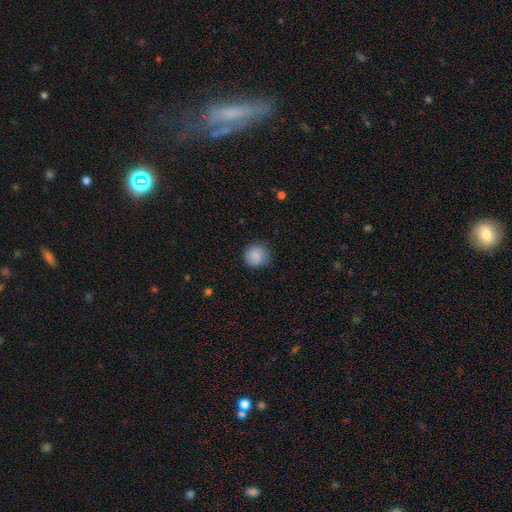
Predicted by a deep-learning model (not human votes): Smooth or featured? smooth (87%)
How rounded? round (91%)
Merging? none (87%)